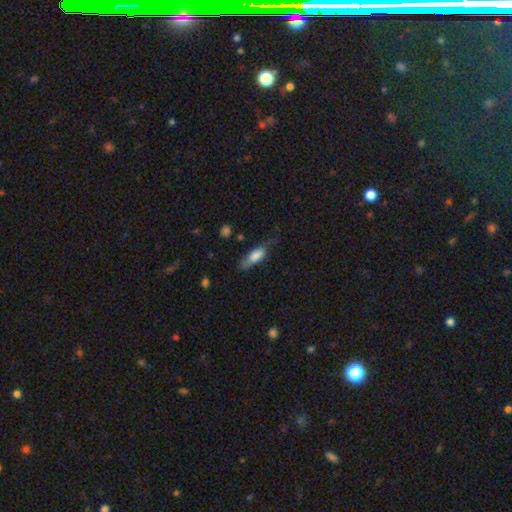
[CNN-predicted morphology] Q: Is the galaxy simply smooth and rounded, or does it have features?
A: smooth — 75%.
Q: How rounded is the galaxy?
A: in between — 61%.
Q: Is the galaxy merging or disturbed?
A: none — 54%.